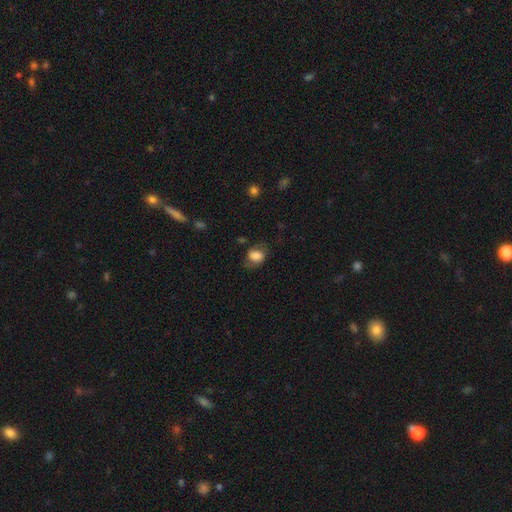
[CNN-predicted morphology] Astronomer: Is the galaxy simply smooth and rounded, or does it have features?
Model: smooth — 73%.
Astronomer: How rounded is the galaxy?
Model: in between — 62% (runner-up: round, 37%).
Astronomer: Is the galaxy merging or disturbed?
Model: none — 58%.